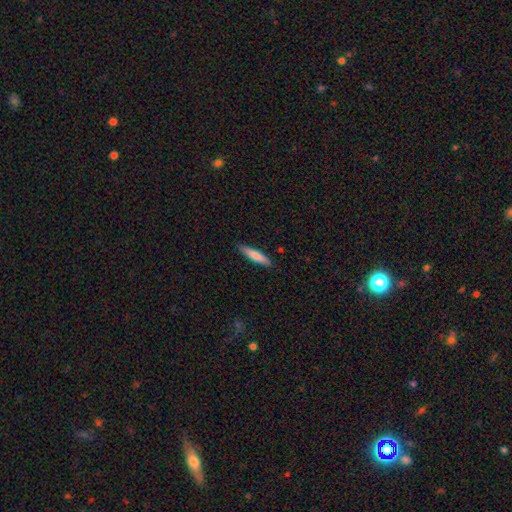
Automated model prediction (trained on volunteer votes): The model was most divided on "smooth or featured": smooth: 74%, featured or disk: 20%, star or artifact: 6%. More confident: merging — none (87%); how rounded — cigar-shaped (87%).